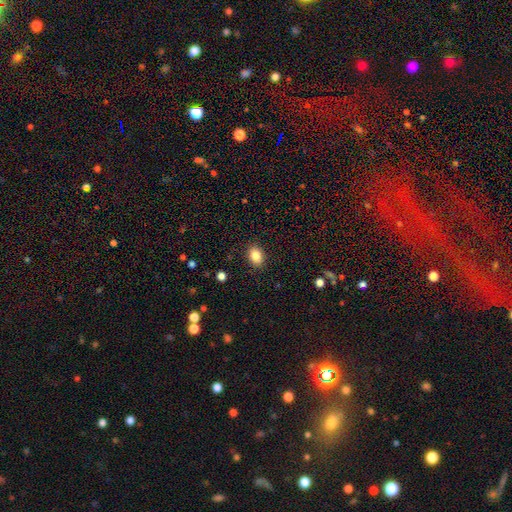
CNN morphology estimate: This is clearly a smooth galaxy (85%). How rounded: likely in between (76%). Merging: clearly none (88%).